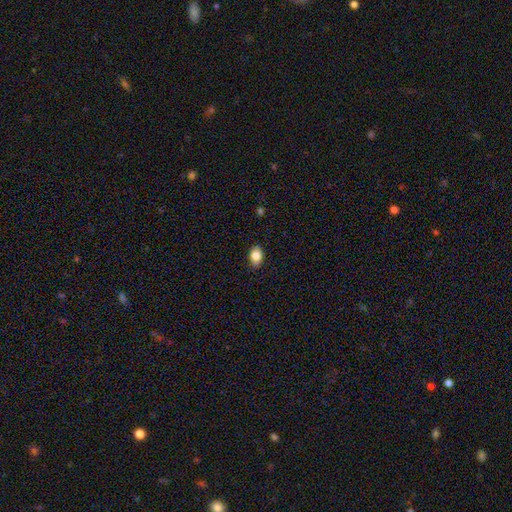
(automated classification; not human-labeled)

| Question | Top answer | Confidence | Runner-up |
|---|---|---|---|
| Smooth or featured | smooth | 83% | featured or disk (8%) |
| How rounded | in between | 79% | round (20%) |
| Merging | none | 87% | minor disturbance (10%) |